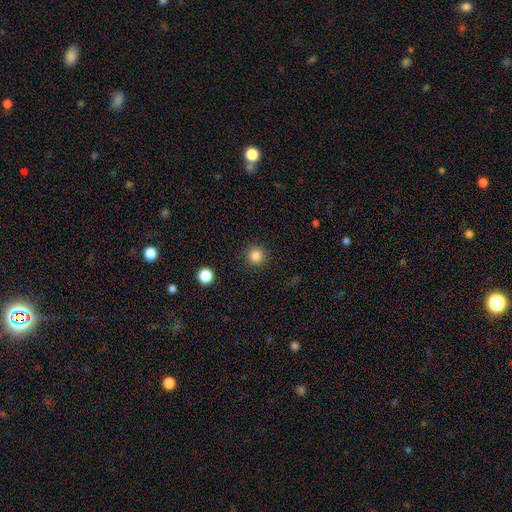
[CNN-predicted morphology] type=smooth (84%); roundness=round (95%); merging=none (91%).